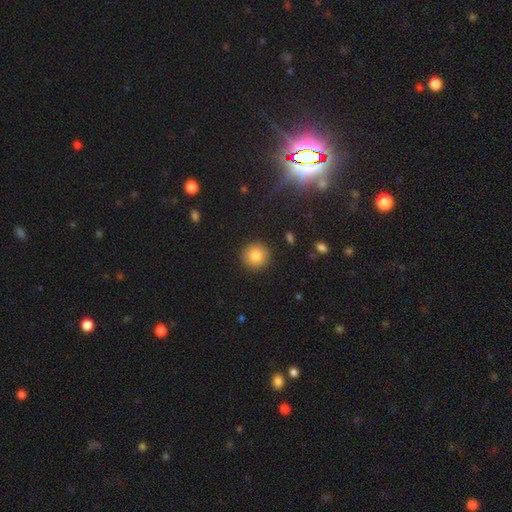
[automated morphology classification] Smooth or featured?
  - smooth: 82% *
  - star or artifact: 10%
  - featured or disk: 8%
How rounded?
  - round: 94% *
  - in between: 5%
  - cigar-shaped: 1%
Merging?
  - none: 92% *
  - minor disturbance: 5%
  - major disturbance: 2%
  - merger: 1%